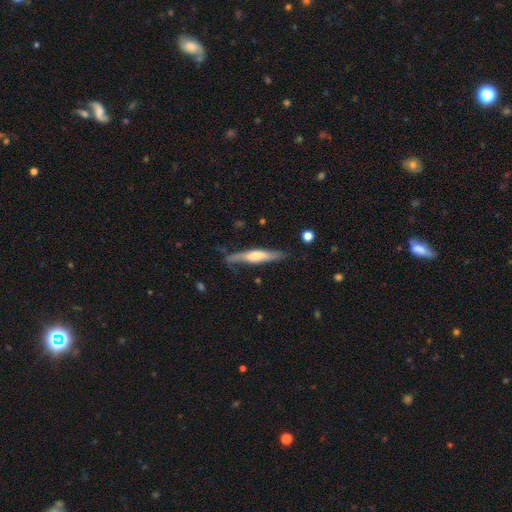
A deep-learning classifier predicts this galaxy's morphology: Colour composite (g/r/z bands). It shows a featured or disk galaxy (56%) viewed edge-on (92%) with a rounded central bulge (65%). Merging: none (75%).